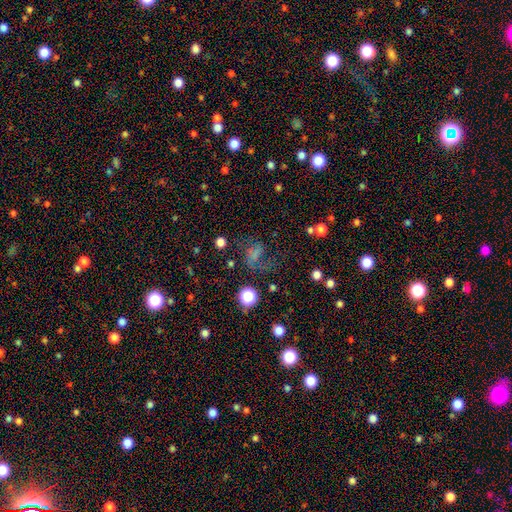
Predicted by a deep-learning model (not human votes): smooth 40%, featured or disk 31%, star or artifact 28%. Down the decision tree: merging — none (40%).